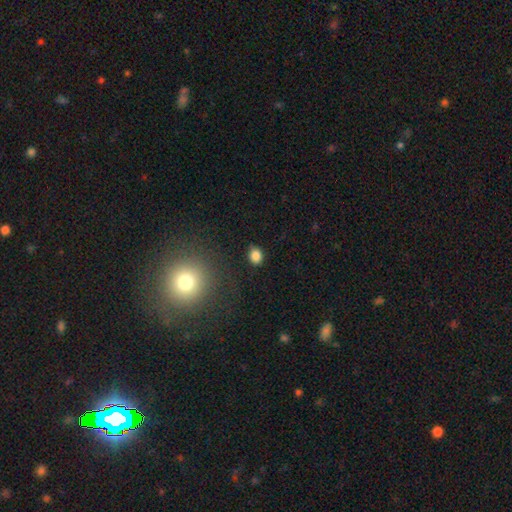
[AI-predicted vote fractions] A smooth galaxy with no disk features (83%) that is in between round and cigar-shaped (50%).

Vote fractions:
- Smooth or featured? smooth: 83% / star or artifact: 12% / featured or disk: 5%
- How rounded? in between: 50% / round: 49% / cigar-shaped: 1%
- Merging? none: 82% / minor disturbance: 12% / major disturbance: 3% / merger: 2%